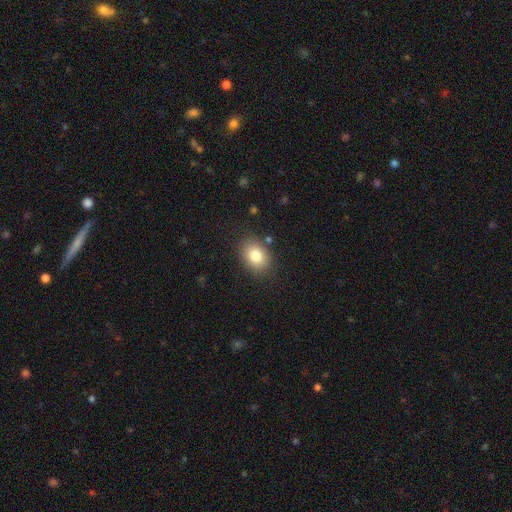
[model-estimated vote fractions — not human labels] smooth 81%, featured or disk 10%, star or artifact 9%. Down the decision tree: how rounded — in between (68%); merging — none (84%).